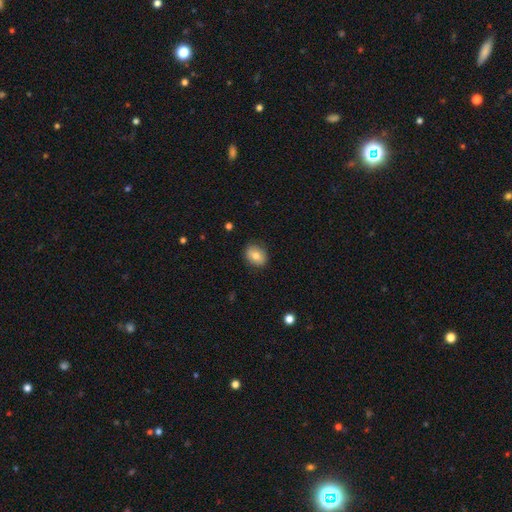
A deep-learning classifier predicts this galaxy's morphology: smooth-or-featured: smooth: 76% | featured or disk: 16% | star or artifact: 8%
  how-rounded: in between: 52% | round: 47% | cigar-shaped: 1%
  merging: none: 86% | minor disturbance: 10% | major disturbance: 2% | merger: 1%